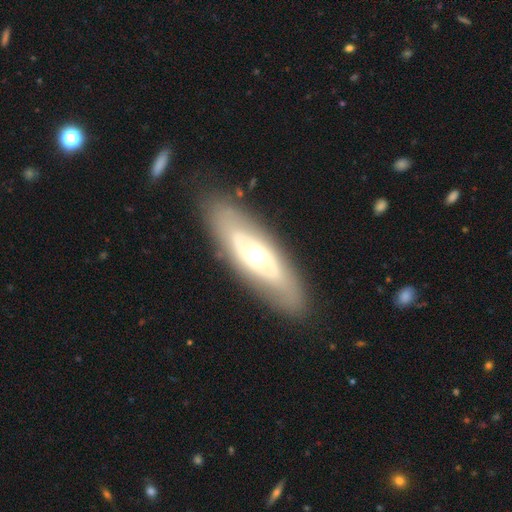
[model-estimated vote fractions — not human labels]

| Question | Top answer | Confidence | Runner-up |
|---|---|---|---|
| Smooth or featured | featured or disk | 68% | smooth (26%) |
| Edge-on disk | no | 79% | yes (21%) |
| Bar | no | 76% | weak (16%) |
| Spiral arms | no | 72% | yes (28%) |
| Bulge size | moderate | 65% | large (24%) |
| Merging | none | 84% | minor disturbance (10%) |